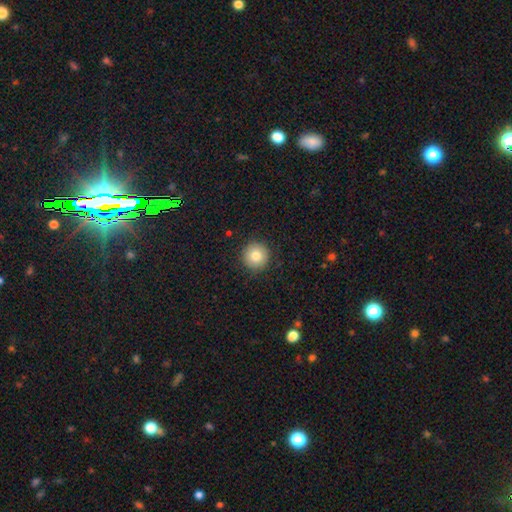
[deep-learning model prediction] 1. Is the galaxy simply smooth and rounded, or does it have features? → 81% smooth, 10% star or artifact, 9% featured or disk.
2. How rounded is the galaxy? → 96% round, 3% in between, 1% cigar-shaped.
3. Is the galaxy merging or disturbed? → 91% none, 6% minor disturbance, 2% major disturbance, 1% merger.